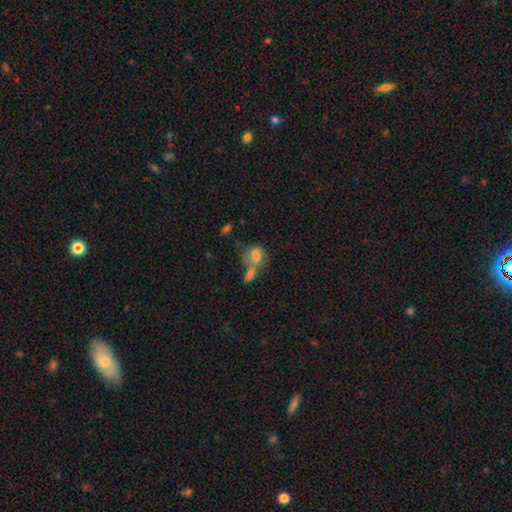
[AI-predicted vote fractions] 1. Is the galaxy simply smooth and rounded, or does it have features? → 63% smooth, 25% featured or disk, 12% star or artifact.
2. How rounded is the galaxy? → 57% in between, 40% round, 3% cigar-shaped.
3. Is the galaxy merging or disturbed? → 51% merger, 26% none, 13% minor disturbance, 10% major disturbance.